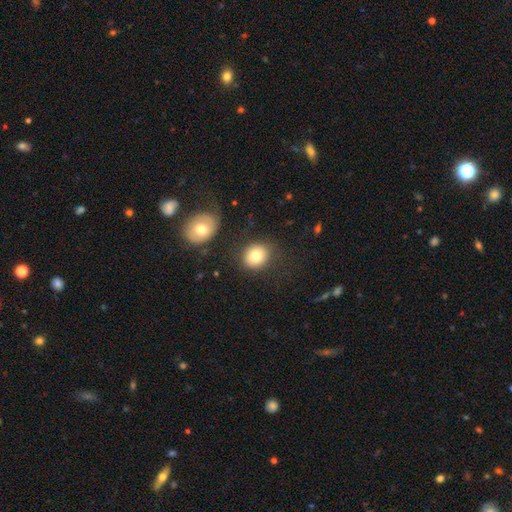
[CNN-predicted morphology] type=smooth (80%); roundness=round (74%); merging=none (78%).